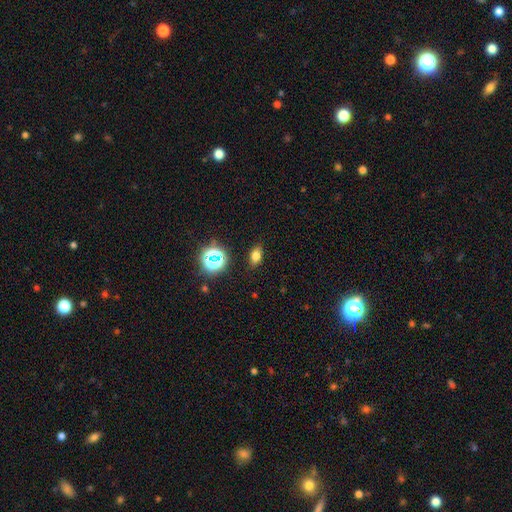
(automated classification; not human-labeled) Q: Smooth or featured?
A: smooth (69%); runner-up: star or artifact (20%)
Q: How rounded?
A: in between (79%); runner-up: round (16%)
Q: Merging?
A: none (86%); runner-up: minor disturbance (10%)